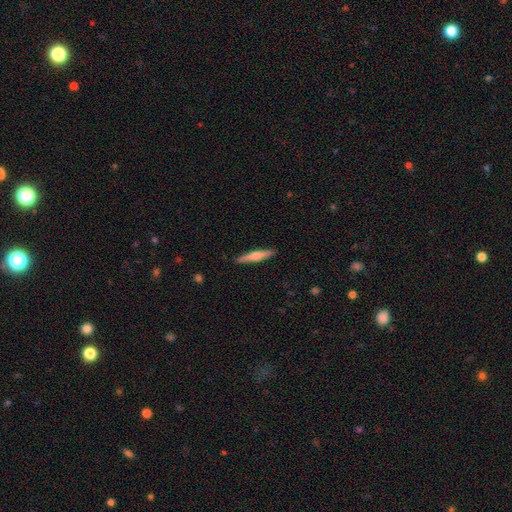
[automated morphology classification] Smooth or featured? featured or disk (49%)
Merging? none (90%)